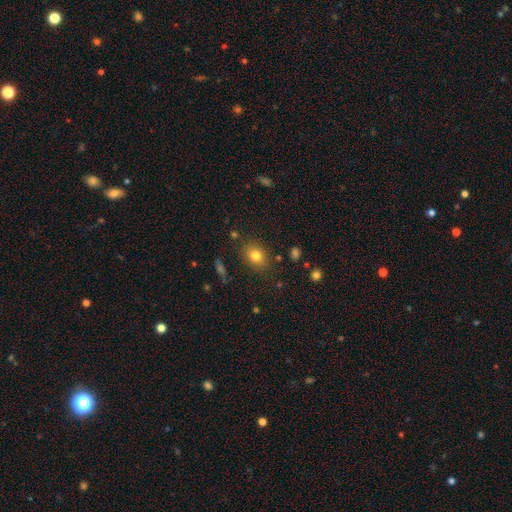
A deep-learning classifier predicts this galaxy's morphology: Smooth or featured? Predicted: smooth (p=0.80). How rounded? Predicted: in between (p=0.57). Merging? Predicted: none (p=0.84).